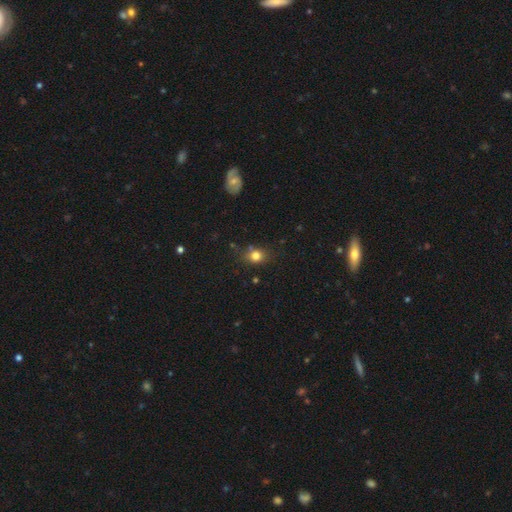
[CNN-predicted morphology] smooth 80%, star or artifact 12%, featured or disk 8%. Down the decision tree: how rounded — round (57%); merging — none (74%).